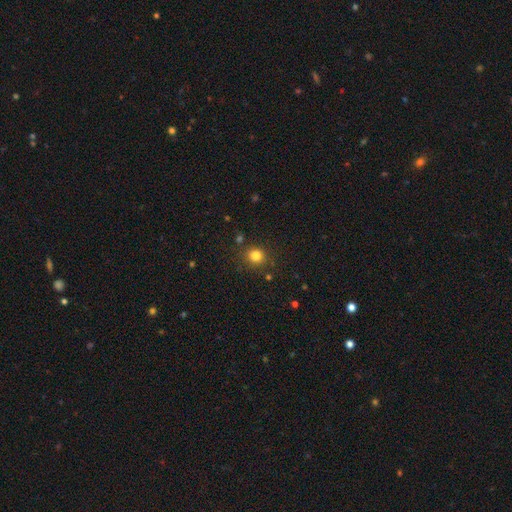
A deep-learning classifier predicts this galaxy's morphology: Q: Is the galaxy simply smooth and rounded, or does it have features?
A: smooth — 82%.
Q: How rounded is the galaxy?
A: round — 86%.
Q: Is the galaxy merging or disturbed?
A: none — 84%.